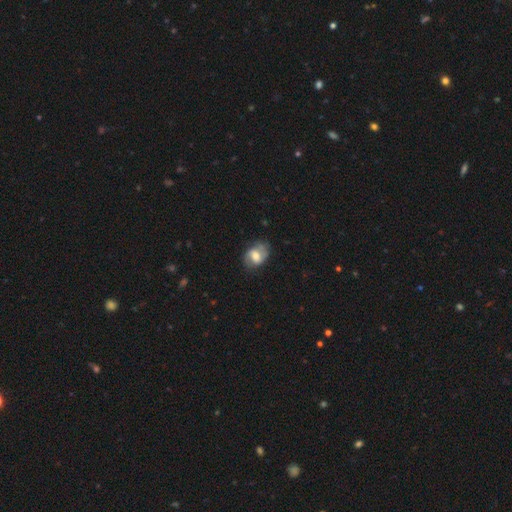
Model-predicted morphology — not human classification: The model was most divided on "bar": weak: 49%, no: 34%, strong: 18%. More confident: edge-on disk — no (96%); spiral arms — yes (83%); merging — none (71%); bulge size — moderate (59%); smooth or featured — featured or disk (55%).